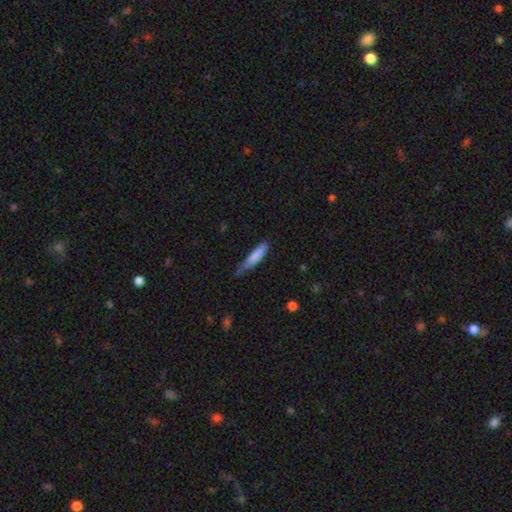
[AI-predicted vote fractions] smooth_or_featured: smooth (p=0.78) [alt: featured or disk p=0.16]
how_rounded: cigar-shaped (p=0.86) [alt: in between p=0.13]
merging: none (p=0.46) [alt: minor disturbance p=0.41]